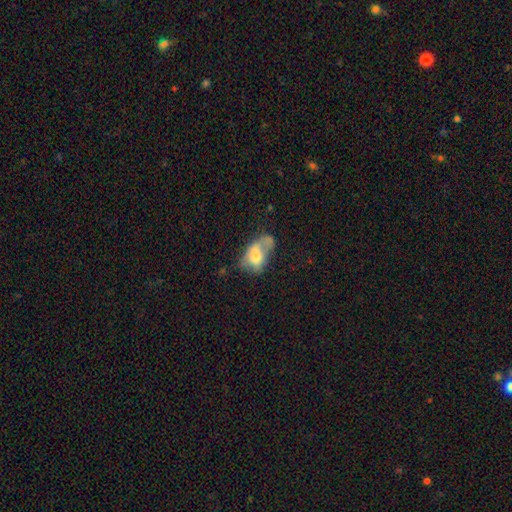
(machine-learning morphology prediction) A smooth galaxy with no disk features (61%) that is in between round and cigar-shaped (86%).

Vote fractions:
- Smooth or featured? smooth: 61% / featured or disk: 30% / star or artifact: 9%
- How rounded? in between: 86% / round: 11% / cigar-shaped: 3%
- Merging? major disturbance: 31% / merger: 25% / minor disturbance: 23% / none: 21%